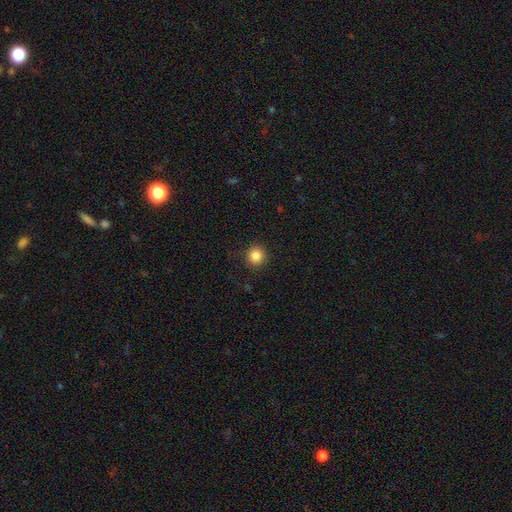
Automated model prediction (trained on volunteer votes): Overall: smooth (86%). How rounded: round (91%). Merging: none (91%).